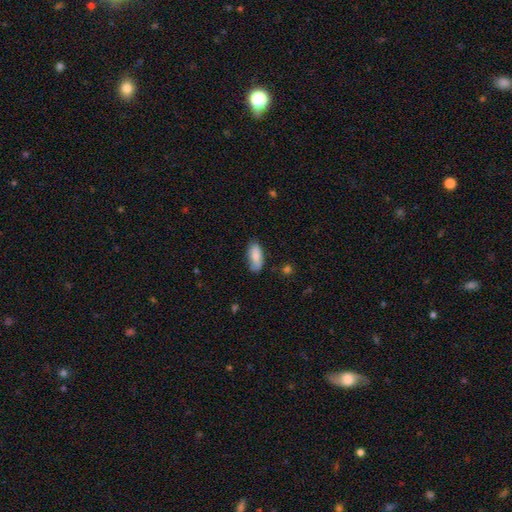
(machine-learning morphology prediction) Q: Smooth or featured?
A: smooth (84%); runner-up: featured or disk (9%)
Q: How rounded?
A: in between (86%); runner-up: cigar-shaped (12%)
Q: Merging?
A: none (70%); runner-up: minor disturbance (23%)